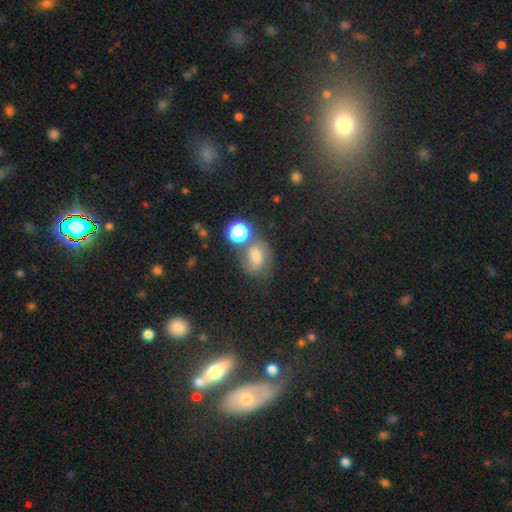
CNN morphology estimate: This appears to be a smooth galaxy with no disk features (52%) that is in between round and cigar-shaped (51%). Merging: none (52%).